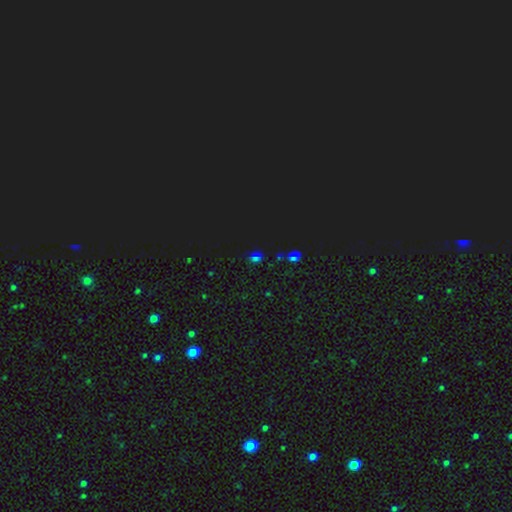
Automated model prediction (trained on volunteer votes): Smooth or featured? star or artifact (52%)